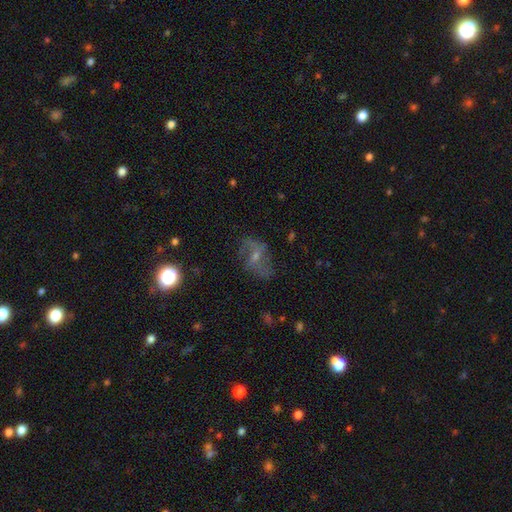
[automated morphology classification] Smooth or featured? featured or disk (60%)
Edge-on disk? no (95%)
Bar? weak (45%)
Spiral arms? yes (76%)
Bulge size? small (55%)
Merging? none (66%)